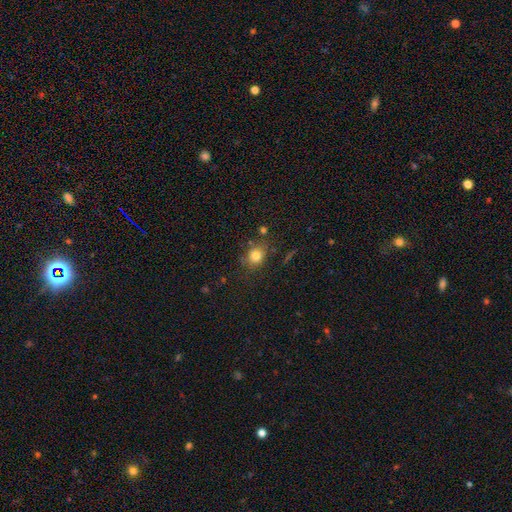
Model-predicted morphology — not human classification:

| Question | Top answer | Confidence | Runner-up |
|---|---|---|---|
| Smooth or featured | smooth | 80% | star or artifact (12%) |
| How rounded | round | 71% | in between (28%) |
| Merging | none | 74% | minor disturbance (16%) |